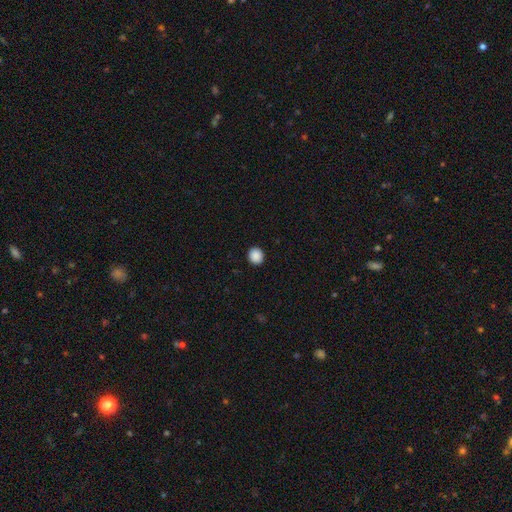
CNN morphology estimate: Smooth or featured? Predicted: smooth (p=0.89). How rounded? Predicted: round (p=0.88). Merging? Predicted: none (p=0.92).